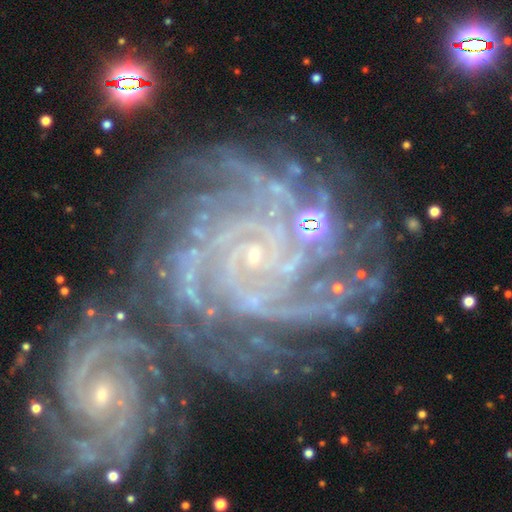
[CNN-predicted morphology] Q: Smooth or featured?
A: featured or disk (90%); runner-up: star or artifact (7%)
Q: Edge-on disk?
A: no (98%); runner-up: yes (2%)
Q: Bar?
A: no (69%); runner-up: weak (20%)
Q: Spiral arms?
A: yes (98%); runner-up: no (2%)
Q: Spiral winding?
A: tight (78%); runner-up: medium (19%)
Q: Spiral arm count?
A: more than 4 (28%); runner-up: 4 (24%)
Q: Bulge size?
A: small (87%); runner-up: moderate (7%)
Q: Merging?
A: none (43%); runner-up: merger (38%)